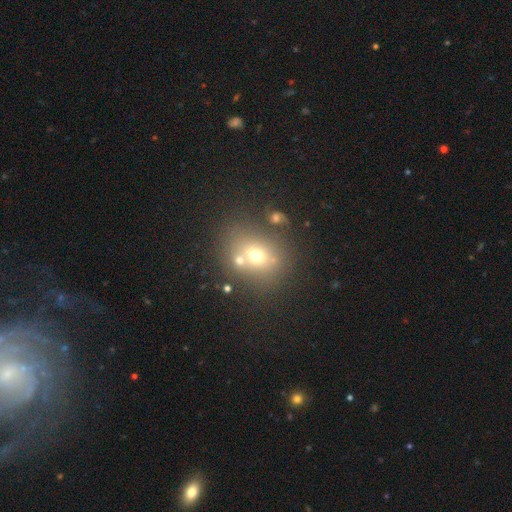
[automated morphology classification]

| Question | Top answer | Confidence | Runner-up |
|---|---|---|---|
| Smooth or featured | smooth | 63% | featured or disk (20%) |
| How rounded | round | 63% | in between (36%) |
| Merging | none | 59% | merger (24%) |